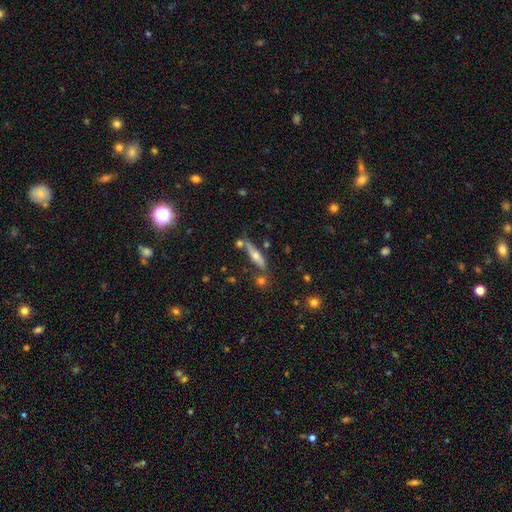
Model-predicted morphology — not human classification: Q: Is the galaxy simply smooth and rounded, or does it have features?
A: featured or disk — 49%.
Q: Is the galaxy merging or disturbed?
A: none — 68%.